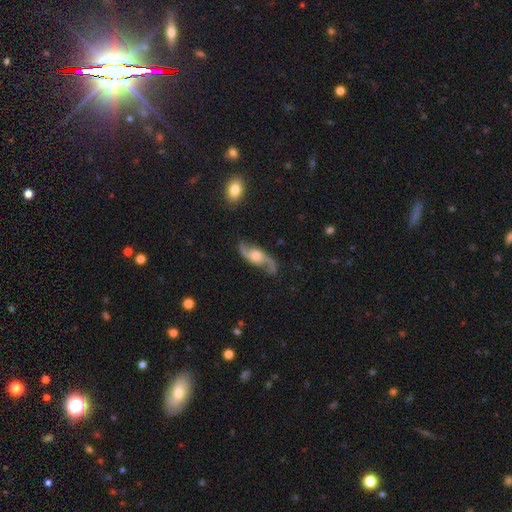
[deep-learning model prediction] A featured or disk galaxy (87%) with no bar (60%), 2 (94%) loose (65%) spiral arms (97%) and a moderate central bulge (42%). Merging: none (80%).